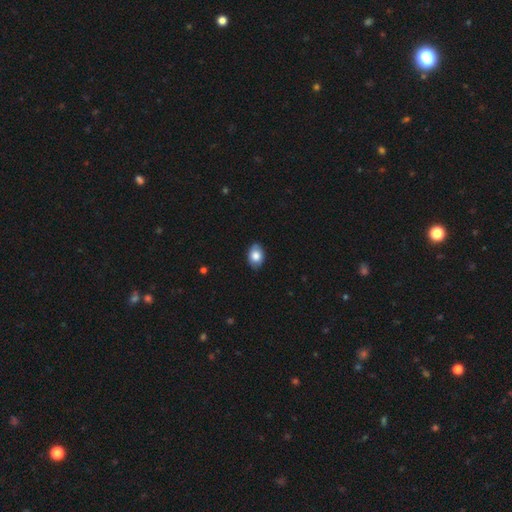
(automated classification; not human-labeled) Smooth or featured? smooth (81%)
How rounded? in between (84%)
Merging? none (86%)